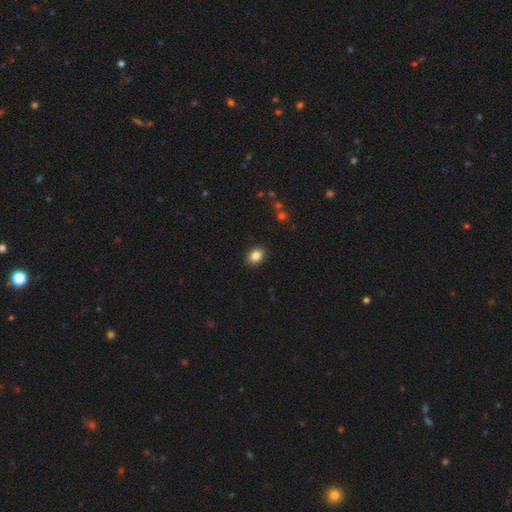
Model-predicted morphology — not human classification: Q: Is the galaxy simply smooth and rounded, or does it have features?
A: smooth — 86%.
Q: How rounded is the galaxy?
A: in between — 65%.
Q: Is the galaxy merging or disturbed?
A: none — 90%.